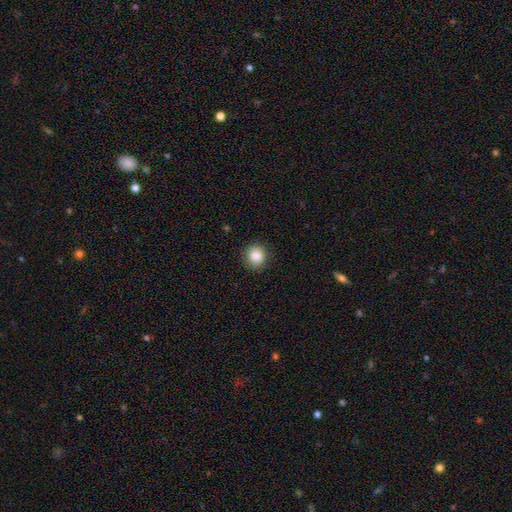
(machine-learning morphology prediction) Smooth or featured? Predicted: smooth (p=0.85). How rounded? Predicted: round (p=0.90). Merging? Predicted: none (p=0.89).